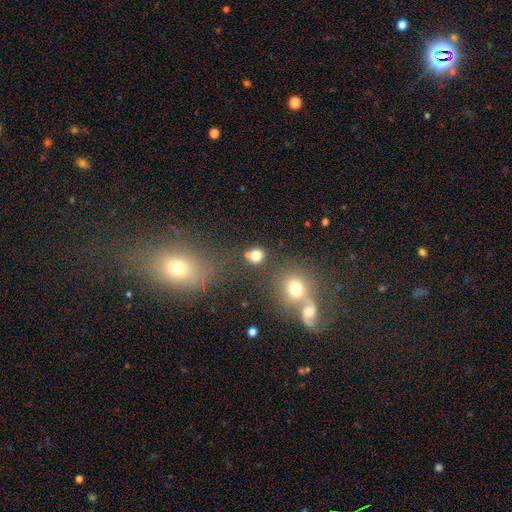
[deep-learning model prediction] smooth-or-featured: smooth: 78% | star or artifact: 14% | featured or disk: 8%
  how-rounded: round: 81% | in between: 18% | cigar-shaped: 1%
  merging: none: 72% | merger: 14% | minor disturbance: 10% | major disturbance: 5%